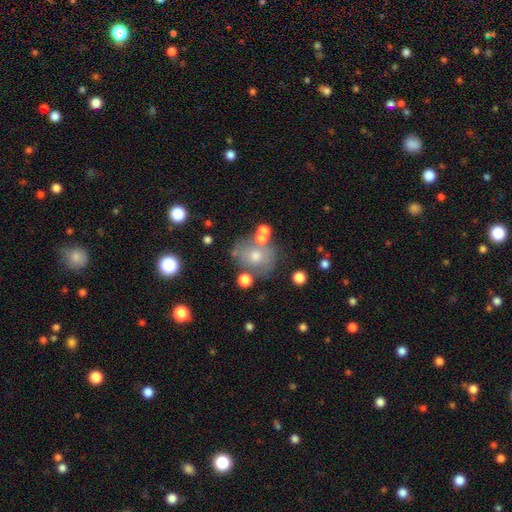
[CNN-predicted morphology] The model was most divided on "smooth or featured": smooth: 57%, featured or disk: 29%, star or artifact: 14%. More confident: how rounded — round (67%); merging — none (58%).